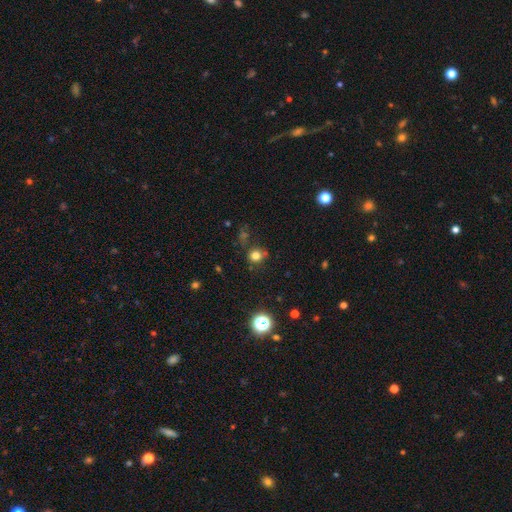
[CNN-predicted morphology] Q: Smooth or featured?
A: smooth (75%); runner-up: star or artifact (19%)
Q: How rounded?
A: round (86%); runner-up: in between (13%)
Q: Merging?
A: none (73%); runner-up: minor disturbance (15%)